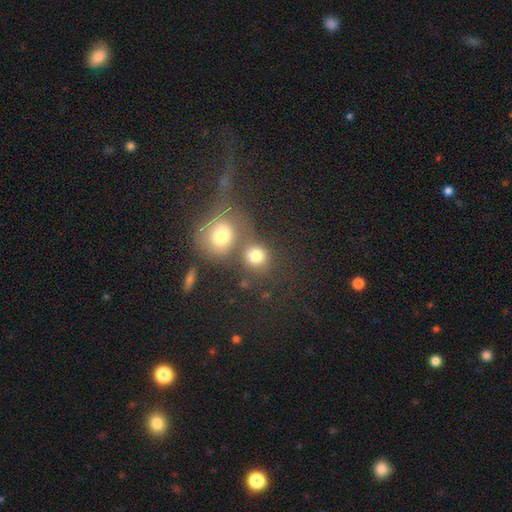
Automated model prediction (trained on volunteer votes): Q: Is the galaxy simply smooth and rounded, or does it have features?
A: smooth — 78%.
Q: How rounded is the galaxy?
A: round — 80%.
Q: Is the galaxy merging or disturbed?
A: none — 44%.